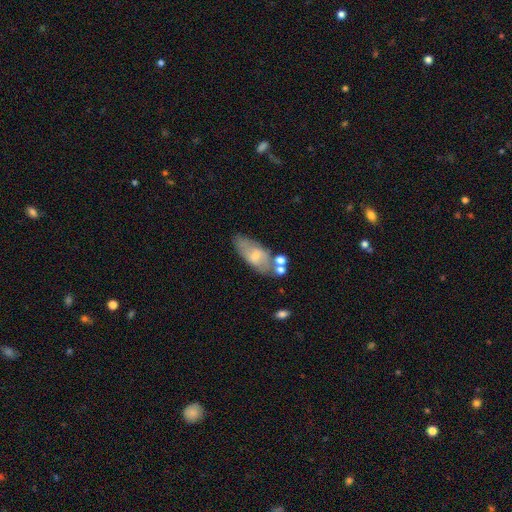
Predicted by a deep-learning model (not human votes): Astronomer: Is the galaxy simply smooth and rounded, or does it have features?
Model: smooth — 51% (runner-up: featured or disk, 42%).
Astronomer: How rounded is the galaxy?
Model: in between — 82%.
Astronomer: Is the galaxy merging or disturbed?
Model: none — 54%.